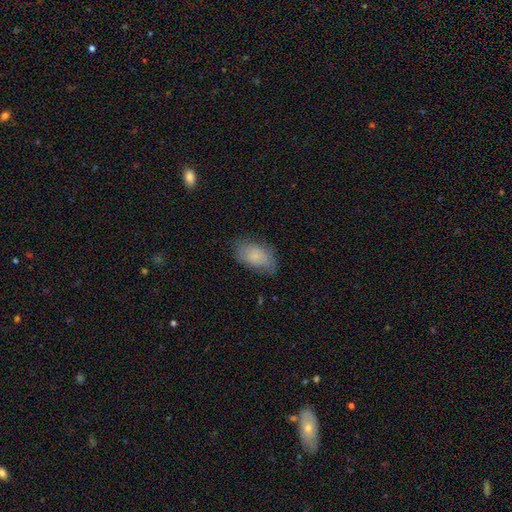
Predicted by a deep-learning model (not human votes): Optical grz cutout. It shows a smooth galaxy with no disk features (75%) that is in between round and cigar-shaped (92%). Merging: none (67%).